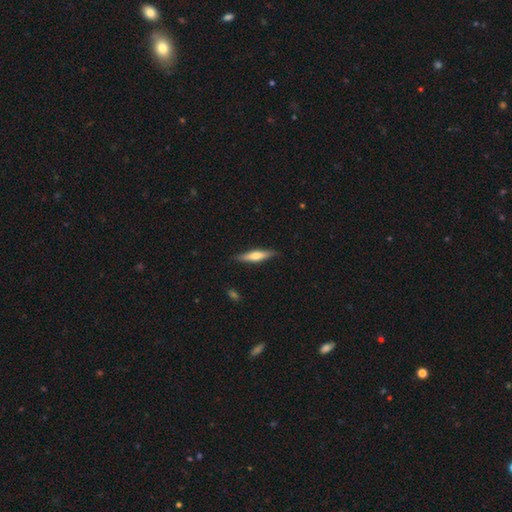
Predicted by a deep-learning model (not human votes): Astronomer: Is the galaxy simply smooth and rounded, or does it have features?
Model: smooth — 48% (runner-up: featured or disk, 46%).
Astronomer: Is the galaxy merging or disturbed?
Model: none — 87%.